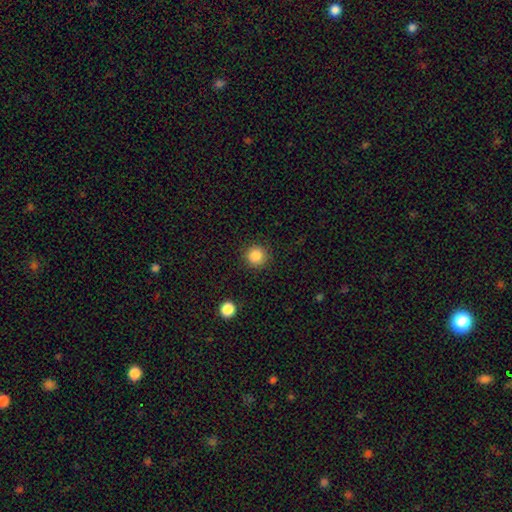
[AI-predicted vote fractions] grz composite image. It shows a smooth galaxy with no disk features (85%) that is round (95%). Merging: none (90%).